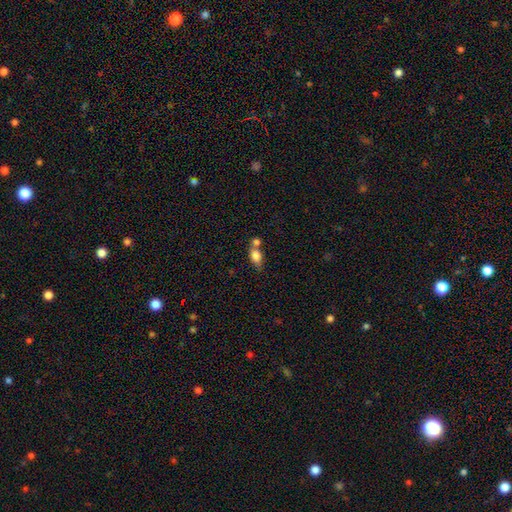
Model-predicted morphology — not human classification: Q: Smooth or featured?
A: smooth (82%); runner-up: featured or disk (10%)
Q: How rounded?
A: in between (77%); runner-up: round (19%)
Q: Merging?
A: merger (46%); runner-up: none (37%)